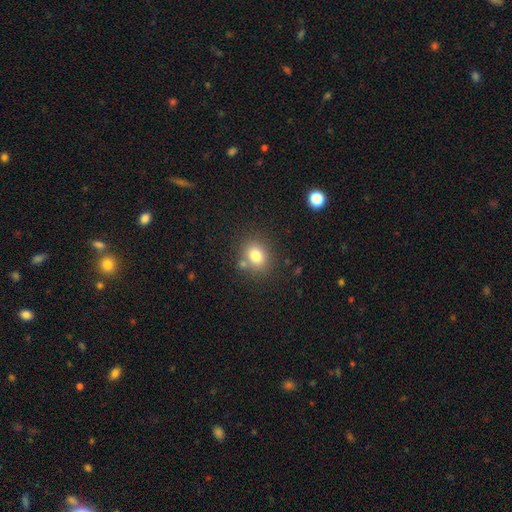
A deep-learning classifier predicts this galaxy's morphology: This is likely a smooth galaxy (78%). How rounded: likely round (60%). Merging: likely none (74%).